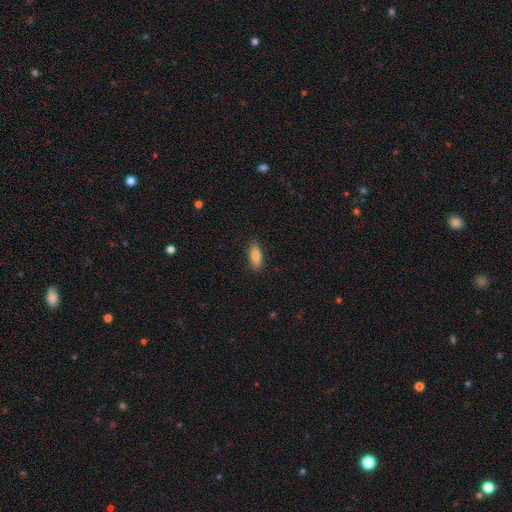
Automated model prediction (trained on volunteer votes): smooth 84%, featured or disk 9%, star or artifact 7%. Down the decision tree: how rounded — in between (70%); merging — none (88%).